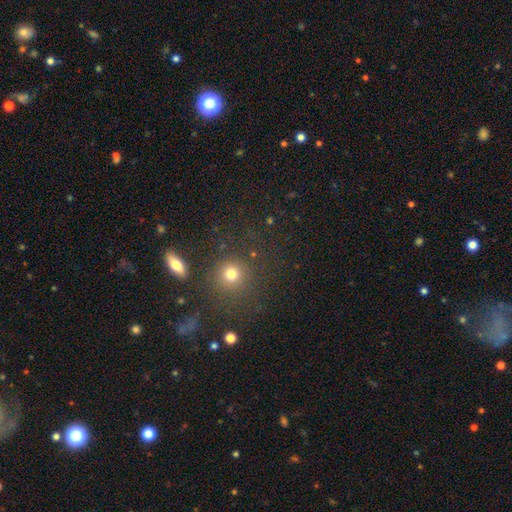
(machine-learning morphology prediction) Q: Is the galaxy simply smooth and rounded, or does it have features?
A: smooth — 48%.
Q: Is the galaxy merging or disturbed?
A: none — 80%.